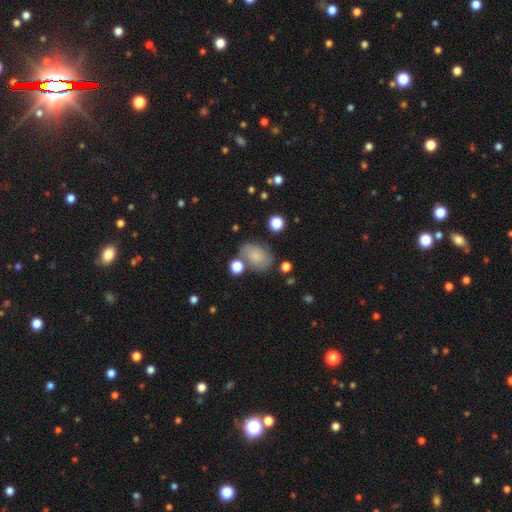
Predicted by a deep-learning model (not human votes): This is likely a smooth galaxy (66%). How rounded: likely in between (69%). Merging: likely none (62%).